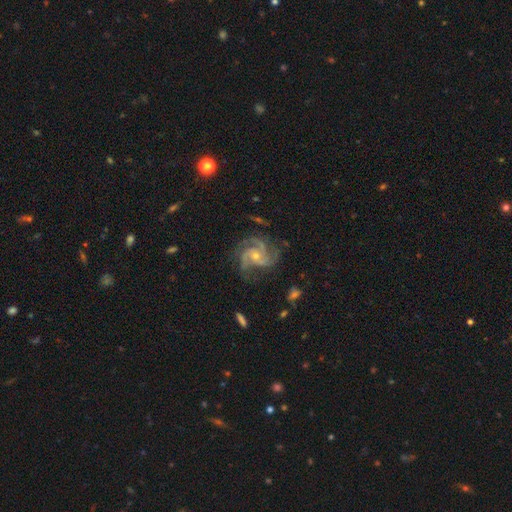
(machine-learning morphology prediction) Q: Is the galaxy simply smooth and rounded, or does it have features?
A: featured or disk — 92%.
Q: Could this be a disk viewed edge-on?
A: no — 98%.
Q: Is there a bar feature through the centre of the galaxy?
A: no — 66%.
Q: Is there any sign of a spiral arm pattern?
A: yes — 99%.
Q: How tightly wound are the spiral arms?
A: medium — 50%.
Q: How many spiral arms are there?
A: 3 — 57%.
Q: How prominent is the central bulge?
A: small — 65%.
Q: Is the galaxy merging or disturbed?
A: none — 74%.